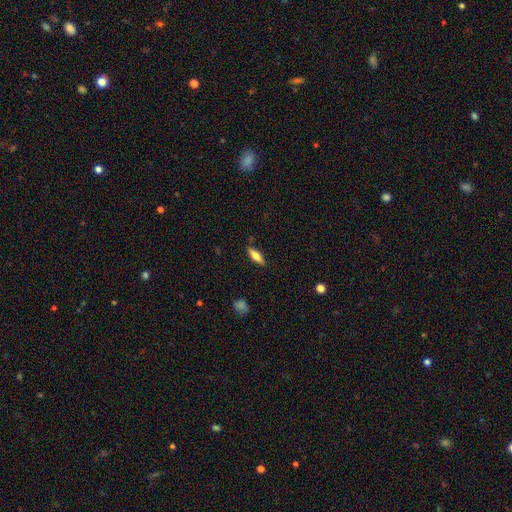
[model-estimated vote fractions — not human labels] Smooth or featured? smooth (62%)
How rounded? in between (54%)
Merging? none (85%)